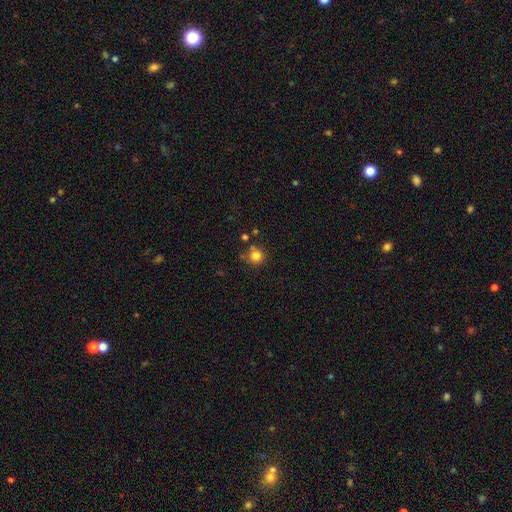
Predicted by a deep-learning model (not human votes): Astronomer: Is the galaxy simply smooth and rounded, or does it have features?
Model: smooth — 81%.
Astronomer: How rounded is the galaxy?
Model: round — 92%.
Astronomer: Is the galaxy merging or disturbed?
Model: none — 76%.